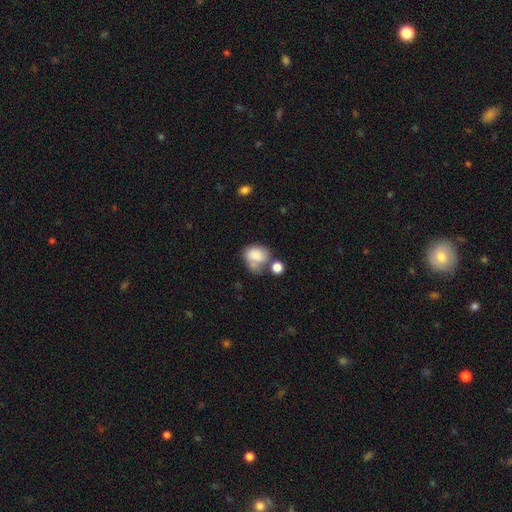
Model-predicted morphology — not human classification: Q: Smooth or featured?
A: smooth (77%); runner-up: featured or disk (15%)
Q: How rounded?
A: in between (55%); runner-up: round (44%)
Q: Merging?
A: merger (32%); runner-up: none (27%)